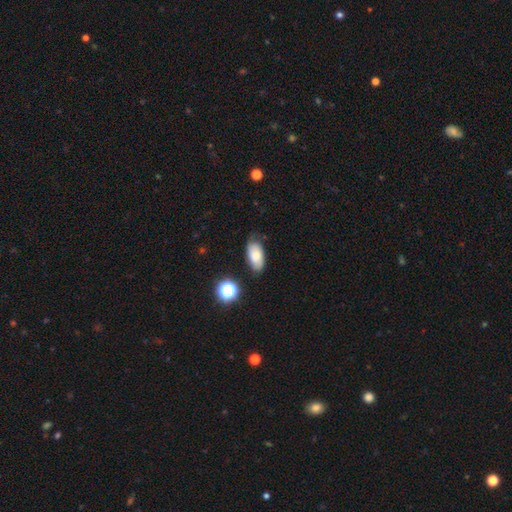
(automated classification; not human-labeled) Q: Smooth or featured?
A: smooth (70%); runner-up: featured or disk (20%)
Q: How rounded?
A: in between (92%); runner-up: round (5%)
Q: Merging?
A: none (70%); runner-up: minor disturbance (22%)